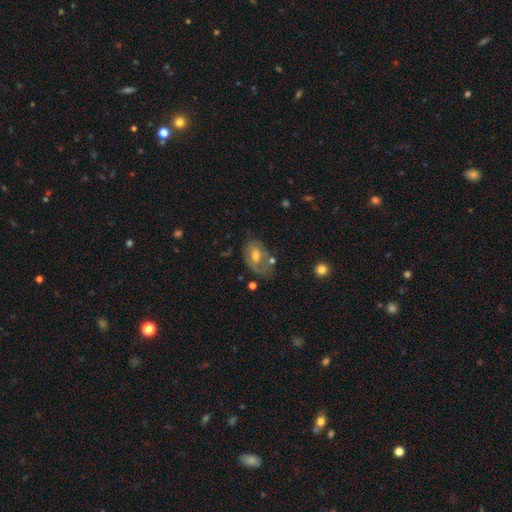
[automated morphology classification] Smooth or featured? Predicted: smooth (p=0.47). Merging? Predicted: none (p=0.49).